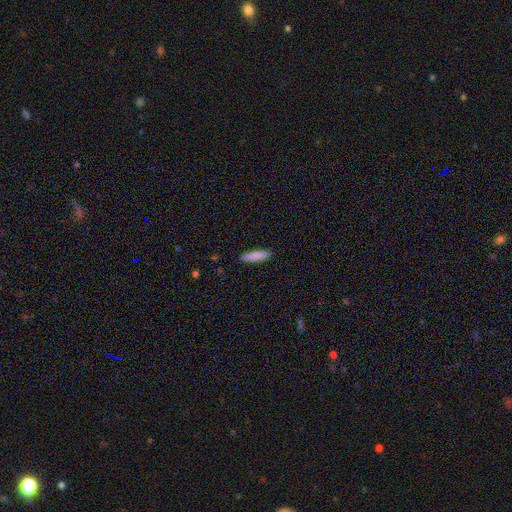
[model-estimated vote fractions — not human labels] A smooth galaxy with no disk features (87%) that is cigar-shaped (66%).

Vote fractions:
- Smooth or featured? smooth: 87% / featured or disk: 6% / star or artifact: 6%
- How rounded? cigar-shaped: 66% / in between: 33% / round: 1%
- Merging? none: 89% / minor disturbance: 8% / major disturbance: 2% / merger: 1%